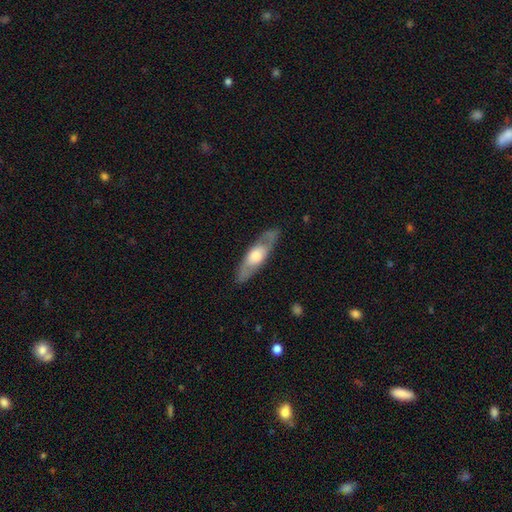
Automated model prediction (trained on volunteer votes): Smooth or featured? Predicted: featured or disk (p=0.57). Edge-on disk? Predicted: no (p=0.53). Merging? Predicted: none (p=0.85).